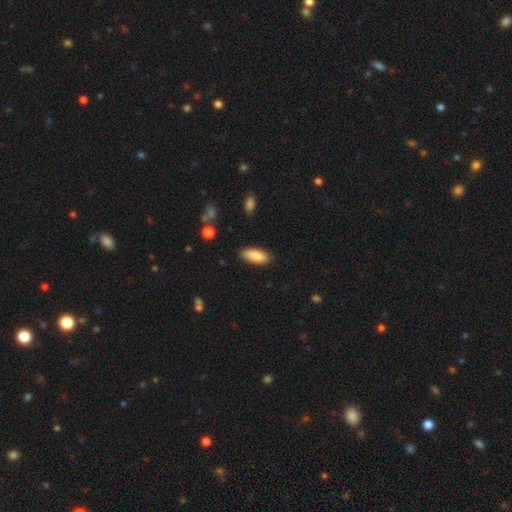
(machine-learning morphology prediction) Smooth or featured?
  - smooth: 88% *
  - featured or disk: 6%
  - star or artifact: 6%
How rounded?
  - in between: 77% *
  - cigar-shaped: 21%
  - round: 2%
Merging?
  - none: 86% *
  - minor disturbance: 11%
  - major disturbance: 2%
  - merger: 1%